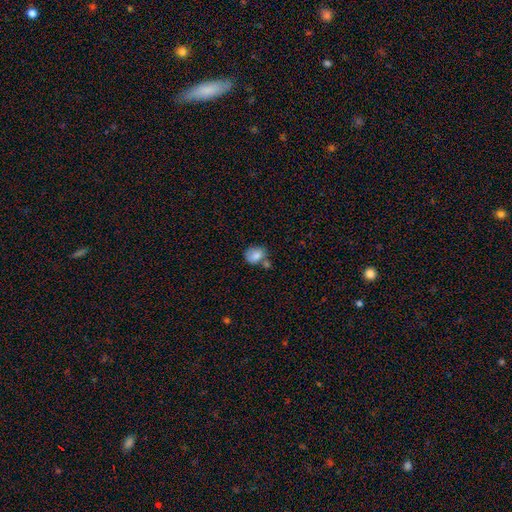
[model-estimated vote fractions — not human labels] This appears to be a smooth galaxy with no disk features (81%) that is round (51%). Merging: none (48%).